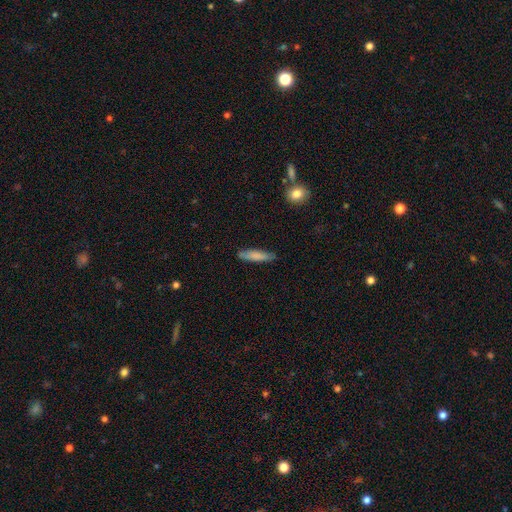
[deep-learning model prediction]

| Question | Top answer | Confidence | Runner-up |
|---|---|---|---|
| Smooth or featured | smooth | 79% | featured or disk (15%) |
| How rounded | cigar-shaped | 80% | in between (19%) |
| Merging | none | 82% | minor disturbance (14%) |